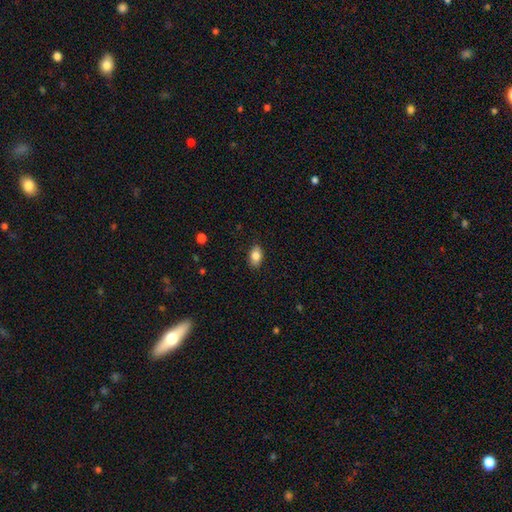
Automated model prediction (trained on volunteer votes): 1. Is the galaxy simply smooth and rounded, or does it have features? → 83% smooth, 9% featured or disk, 8% star or artifact.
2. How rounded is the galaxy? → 88% in between, 10% round, 2% cigar-shaped.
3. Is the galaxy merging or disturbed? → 87% none, 10% minor disturbance, 2% major disturbance, 1% merger.